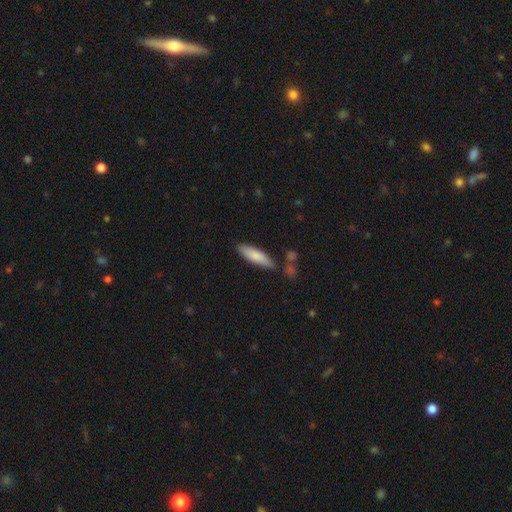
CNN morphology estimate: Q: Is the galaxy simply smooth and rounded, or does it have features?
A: smooth — 81%.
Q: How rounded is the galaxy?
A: cigar-shaped — 63%.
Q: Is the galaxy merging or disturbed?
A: none — 79%.